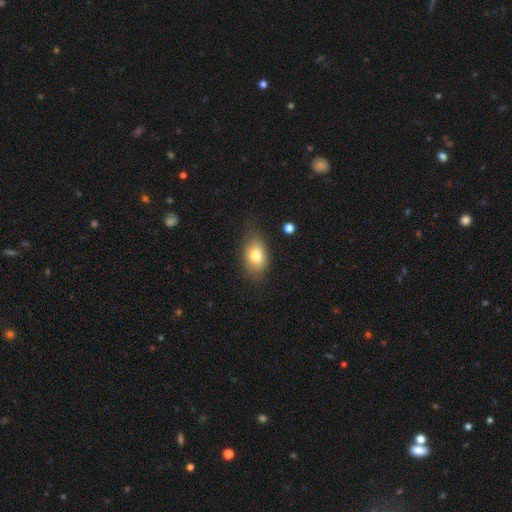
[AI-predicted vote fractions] Q: Smooth or featured?
A: smooth (77%); runner-up: featured or disk (14%)
Q: How rounded?
A: in between (80%); runner-up: round (19%)
Q: Merging?
A: none (72%); runner-up: minor disturbance (20%)